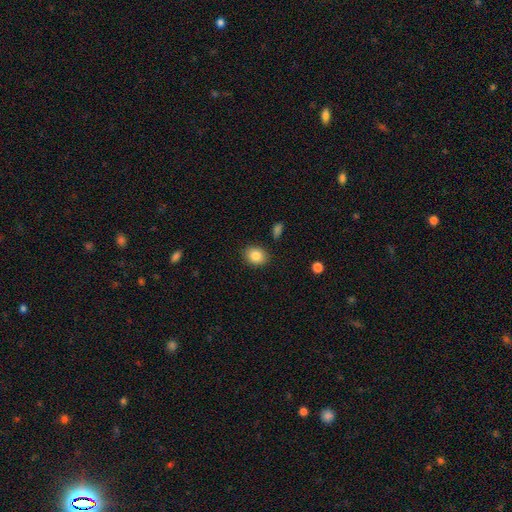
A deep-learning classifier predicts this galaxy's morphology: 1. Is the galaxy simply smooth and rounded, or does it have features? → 85% smooth, 9% star or artifact, 7% featured or disk.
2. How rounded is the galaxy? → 56% round, 43% in between, 1% cigar-shaped.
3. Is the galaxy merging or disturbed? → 87% none, 9% minor disturbance, 2% major disturbance, 2% merger.